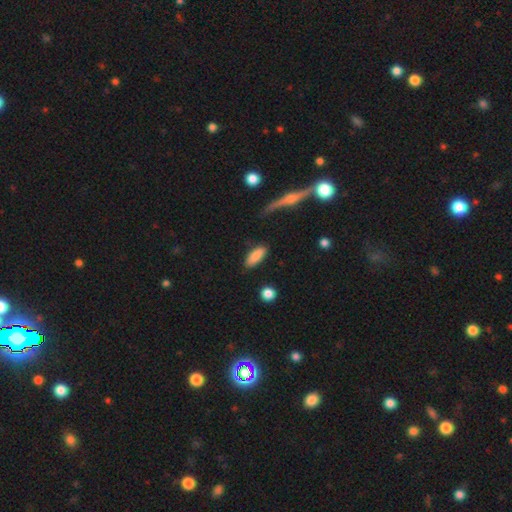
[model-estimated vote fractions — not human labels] A smooth galaxy with no disk features (86%) that is in between round and cigar-shaped (75%). Merging: none (83%).